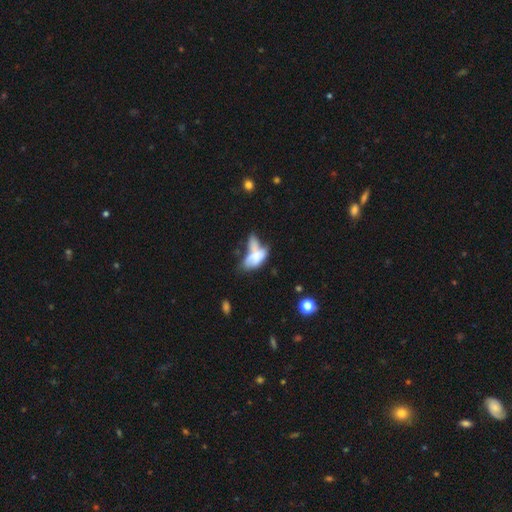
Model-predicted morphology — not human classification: Smooth or featured: smooth — 60% (featured or disk — 31%)
How rounded: in between — 84% (cigar-shaped — 12%)
Merging: merger — 51% (major disturbance — 18%)